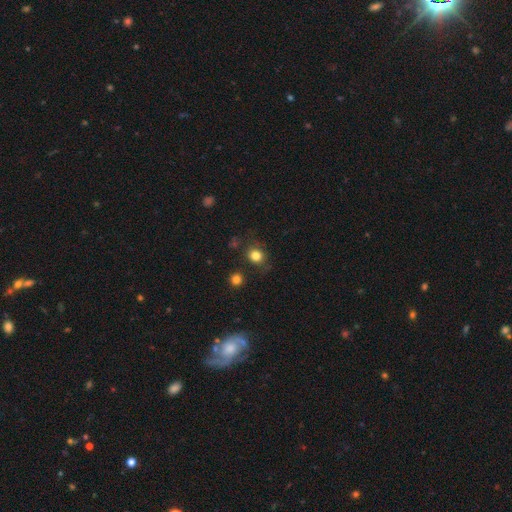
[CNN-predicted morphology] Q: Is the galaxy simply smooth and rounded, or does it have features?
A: smooth — 80%.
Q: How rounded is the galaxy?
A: round — 78%.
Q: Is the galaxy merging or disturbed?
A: none — 78%.